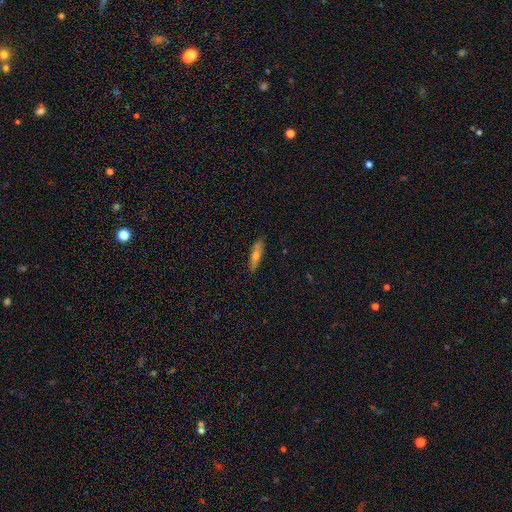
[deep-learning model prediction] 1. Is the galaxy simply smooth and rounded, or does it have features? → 55% smooth, 38% featured or disk, 7% star or artifact.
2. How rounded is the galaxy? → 72% cigar-shaped, 26% in between, 2% round.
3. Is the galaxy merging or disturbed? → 87% none, 10% minor disturbance, 2% major disturbance, 1% merger.